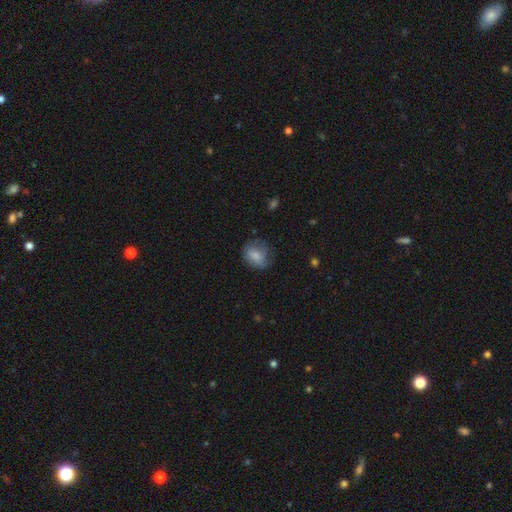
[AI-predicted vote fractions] Morphology: type=smooth (78%); roundness=round (60%); merging=none (58%).